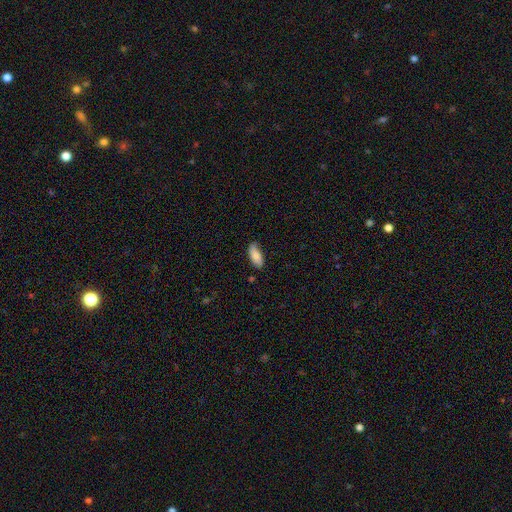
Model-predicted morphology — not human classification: Smooth or featured? Predicted: smooth (p=0.83). How rounded? Predicted: in between (p=0.80). Merging? Predicted: none (p=0.71).